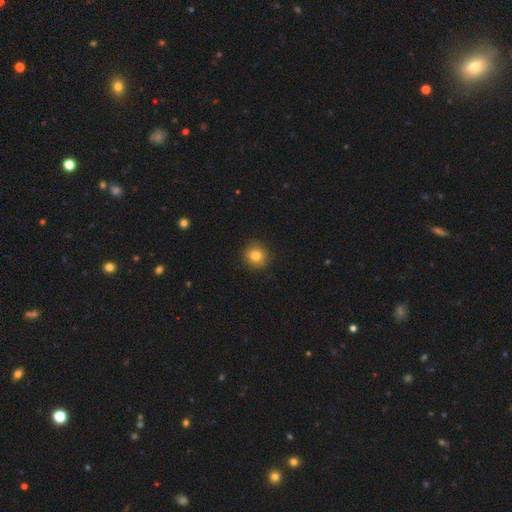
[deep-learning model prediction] Smooth or featured? Predicted: smooth (p=0.81). How rounded? Predicted: round (p=0.91). Merging? Predicted: none (p=0.90).